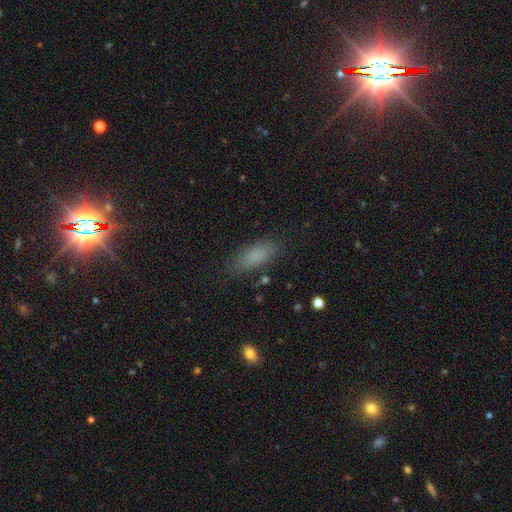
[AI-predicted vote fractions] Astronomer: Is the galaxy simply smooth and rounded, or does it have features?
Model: smooth — 81%.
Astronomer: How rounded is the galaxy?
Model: in between — 74%.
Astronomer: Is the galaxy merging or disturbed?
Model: none — 82%.